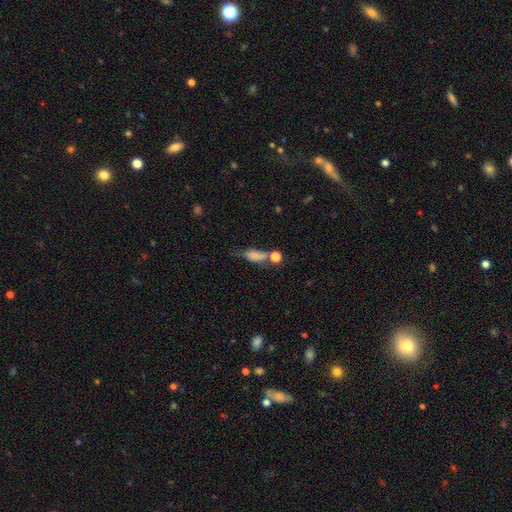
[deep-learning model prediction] smooth-or-featured: smooth: 69% | featured or disk: 18% | star or artifact: 12%
  how-rounded: in between: 62% | cigar-shaped: 26% | round: 11%
  merging: none: 33% | merger: 29% | minor disturbance: 21% | major disturbance: 18%